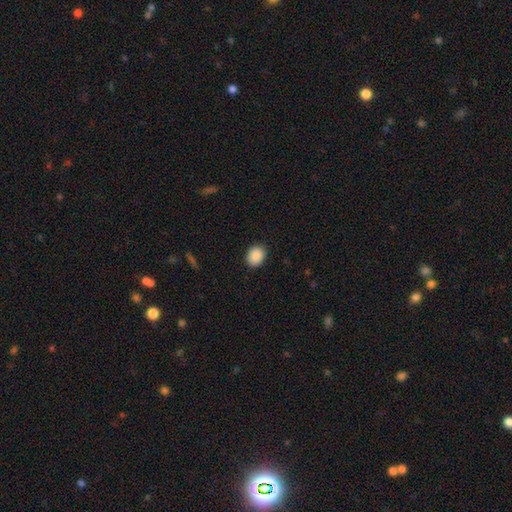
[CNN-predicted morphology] Overall: smooth (90%). How rounded: in between (50%; round 49%). Merging: none (89%).